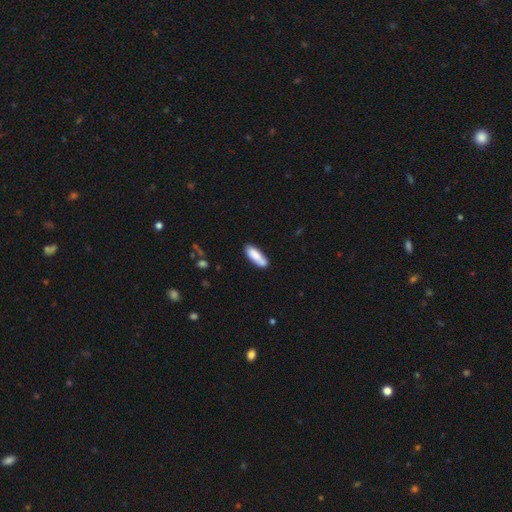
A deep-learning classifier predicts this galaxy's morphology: This appears to be a smooth galaxy with no disk features (81%) that is in between round and cigar-shaped (53%). Merging: none (64%).